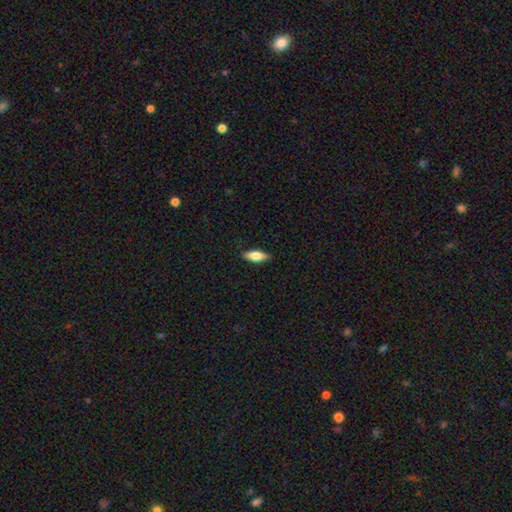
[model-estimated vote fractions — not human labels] smooth 70%, featured or disk 24%, star or artifact 6%. Down the decision tree: how rounded — in between (71%); merging — none (86%).